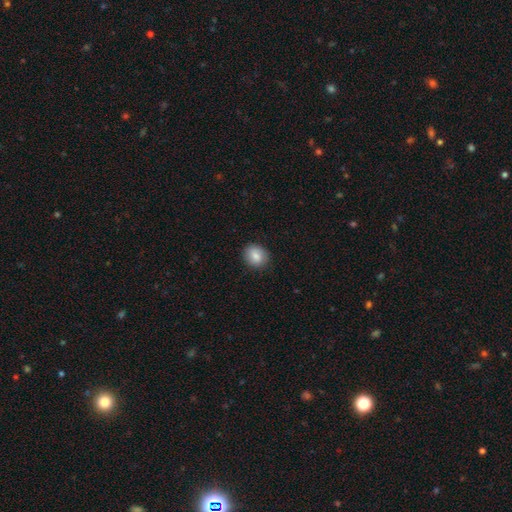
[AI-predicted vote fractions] A smooth galaxy with no disk features (84%) that is round (59%). Merging: none (85%).